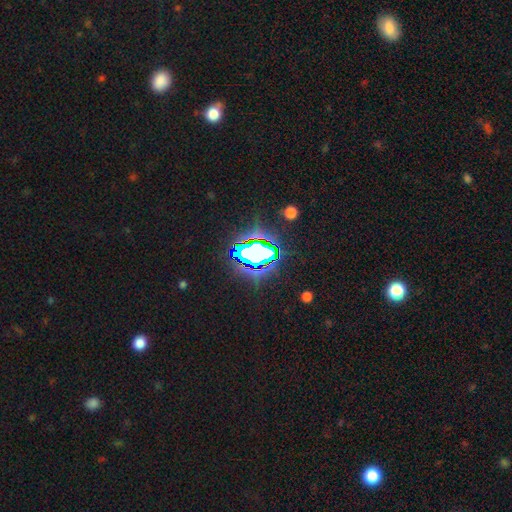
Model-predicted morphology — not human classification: Smooth or featured? star or artifact (70%)